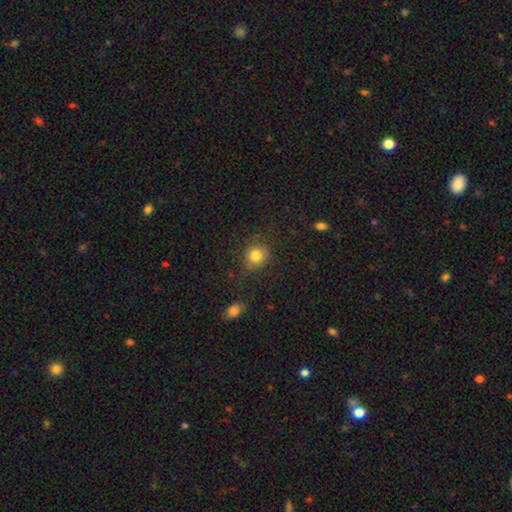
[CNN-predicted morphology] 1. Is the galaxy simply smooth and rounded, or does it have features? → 82% smooth, 11% star or artifact, 6% featured or disk.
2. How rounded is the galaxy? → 86% round, 13% in between, 1% cigar-shaped.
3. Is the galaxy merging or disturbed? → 79% none, 13% minor disturbance, 5% major disturbance, 3% merger.